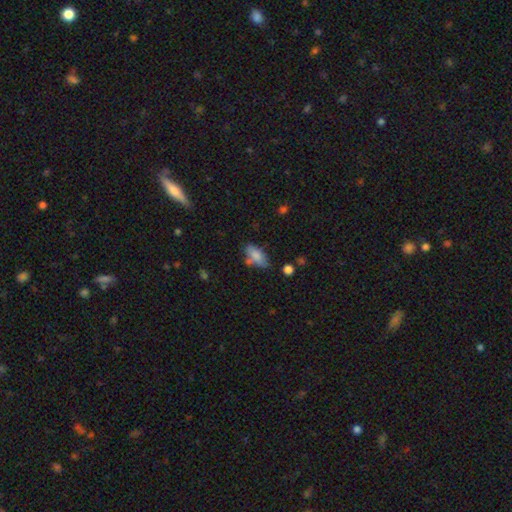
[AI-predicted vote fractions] smooth 79%, featured or disk 13%, star or artifact 8%. Down the decision tree: how rounded — in between (86%); merging — none (58%).